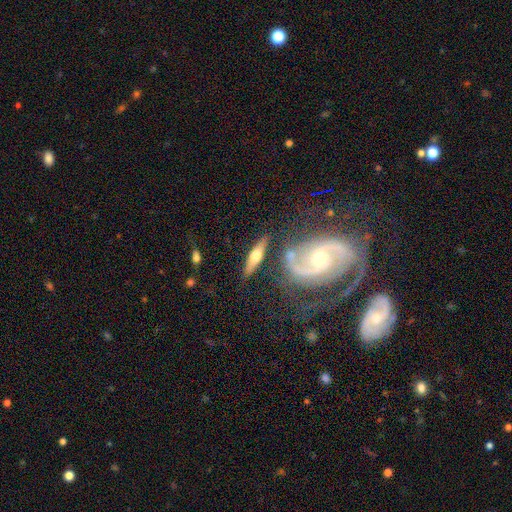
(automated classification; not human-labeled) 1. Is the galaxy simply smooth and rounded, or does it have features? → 54% featured or disk, 40% smooth, 6% star or artifact.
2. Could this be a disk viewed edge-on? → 81% yes, 19% no.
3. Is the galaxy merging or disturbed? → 71% none, 14% minor disturbance, 9% merger, 5% major disturbance.